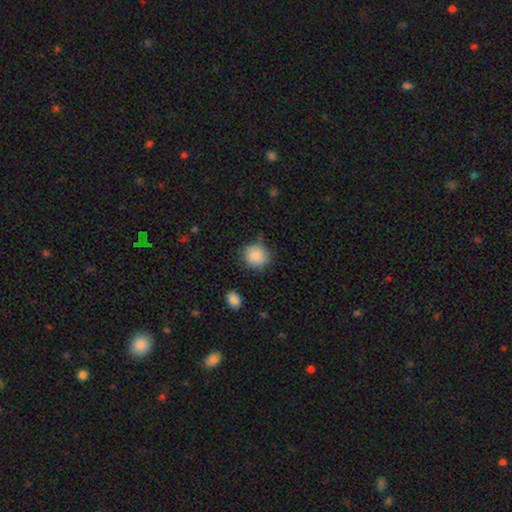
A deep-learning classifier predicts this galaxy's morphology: Smooth or featured?
  - smooth: 87% *
  - star or artifact: 8%
  - featured or disk: 5%
How rounded?
  - round: 89% *
  - in between: 10%
  - cigar-shaped: 1%
Merging?
  - none: 78% *
  - minor disturbance: 16%
  - major disturbance: 4%
  - merger: 2%